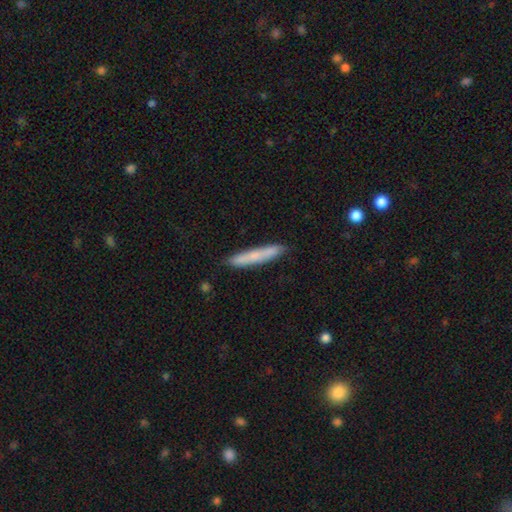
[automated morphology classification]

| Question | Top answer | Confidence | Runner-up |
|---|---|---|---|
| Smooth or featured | smooth | 70% | featured or disk (24%) |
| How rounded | cigar-shaped | 94% | in between (4%) |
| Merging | none | 87% | minor disturbance (9%) |